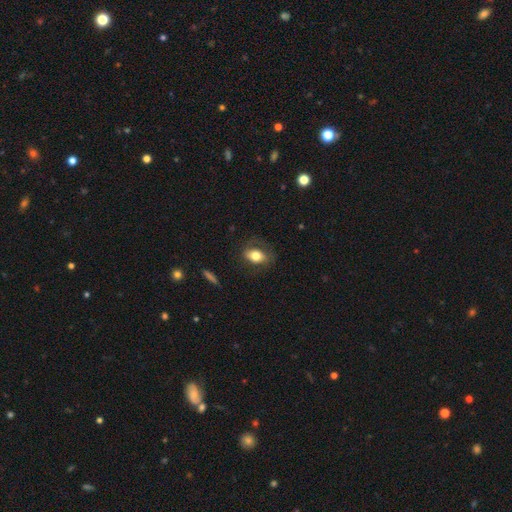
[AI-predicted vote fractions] Smooth or featured? smooth (64%)
How rounded? in between (80%)
Merging? none (64%)